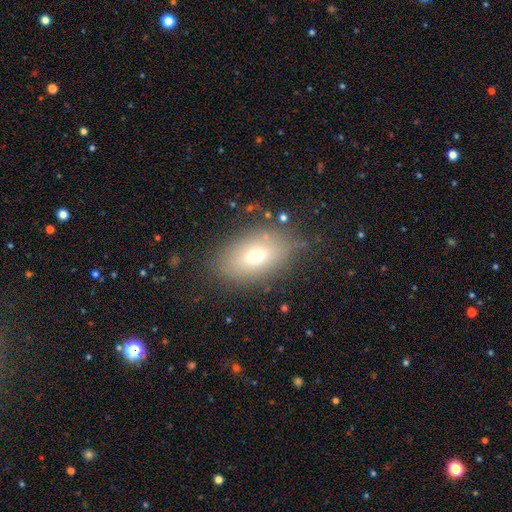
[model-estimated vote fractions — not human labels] A smooth galaxy with no disk features (67%) that is in between round and cigar-shaped (86%).

Vote fractions:
- Smooth or featured? smooth: 67% / featured or disk: 20% / star or artifact: 13%
- How rounded? in between: 86% / round: 11% / cigar-shaped: 3%
- Merging? none: 78% / minor disturbance: 14% / major disturbance: 5% / merger: 2%